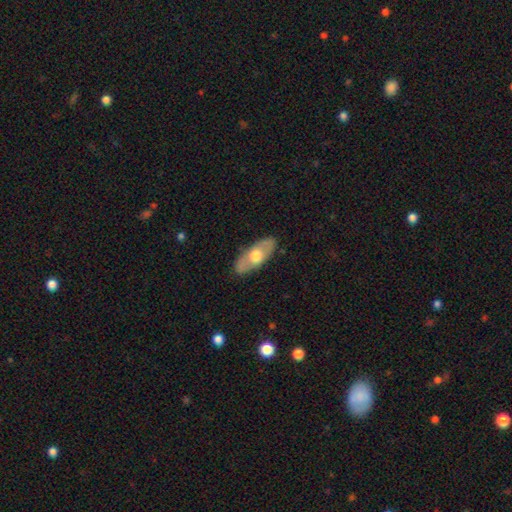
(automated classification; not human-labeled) smooth_or_featured: smooth (p=0.49) [alt: featured or disk p=0.46]
merging: none (p=0.85) [alt: minor disturbance p=0.11]